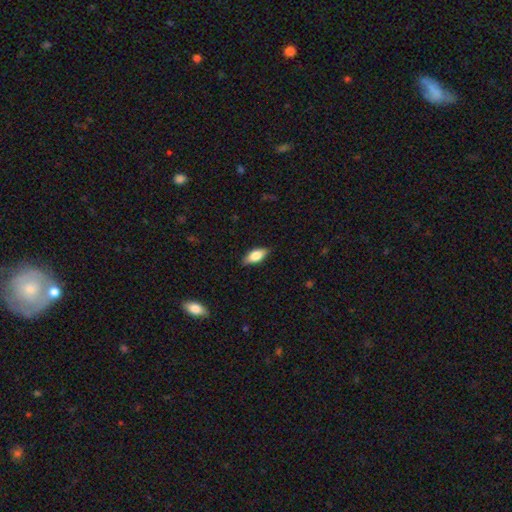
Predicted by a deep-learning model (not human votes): smooth 67%, featured or disk 26%, star or artifact 7%. Down the decision tree: how rounded — in between (78%); merging — none (87%).